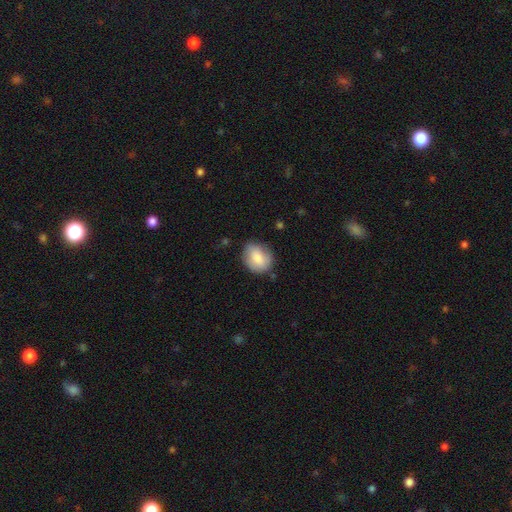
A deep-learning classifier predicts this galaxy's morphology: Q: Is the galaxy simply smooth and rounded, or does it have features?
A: smooth — 81%.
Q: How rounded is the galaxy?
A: round — 58%.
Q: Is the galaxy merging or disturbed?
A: none — 71%.